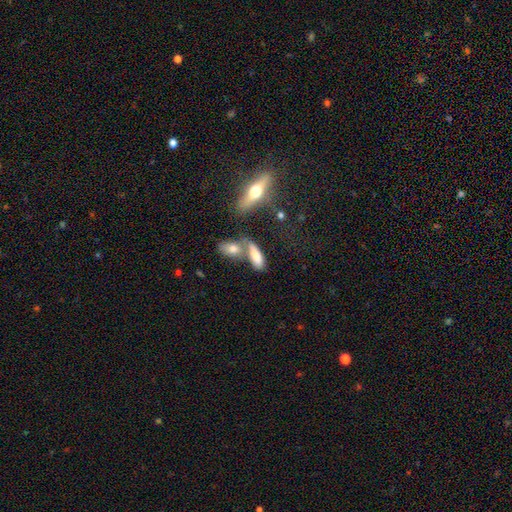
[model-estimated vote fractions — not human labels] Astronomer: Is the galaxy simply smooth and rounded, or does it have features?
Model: smooth — 76%.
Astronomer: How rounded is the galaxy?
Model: in between — 59% (runner-up: cigar-shaped, 37%).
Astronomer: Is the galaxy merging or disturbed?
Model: none — 41% (runner-up: merger, 39%).